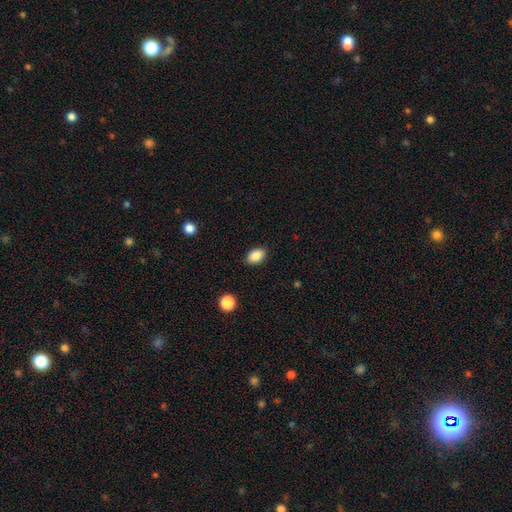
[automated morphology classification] Q: Smooth or featured?
A: smooth (88%); runner-up: star or artifact (8%)
Q: How rounded?
A: in between (85%); runner-up: round (14%)
Q: Merging?
A: none (88%); runner-up: minor disturbance (9%)